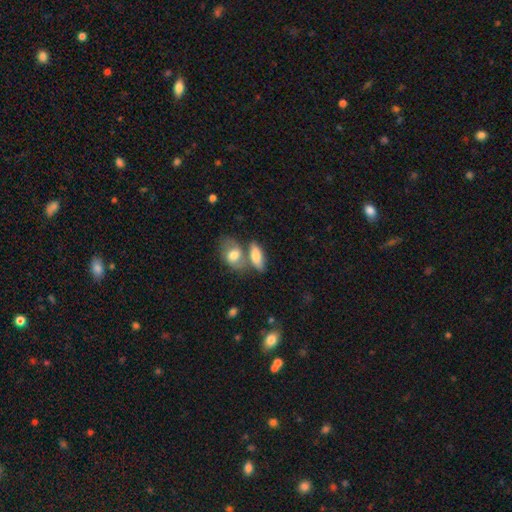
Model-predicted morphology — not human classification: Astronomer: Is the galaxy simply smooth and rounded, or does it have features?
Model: smooth — 75%.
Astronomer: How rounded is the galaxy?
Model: in between — 81%.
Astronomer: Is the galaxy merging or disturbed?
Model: merger — 45% (runner-up: none, 37%).